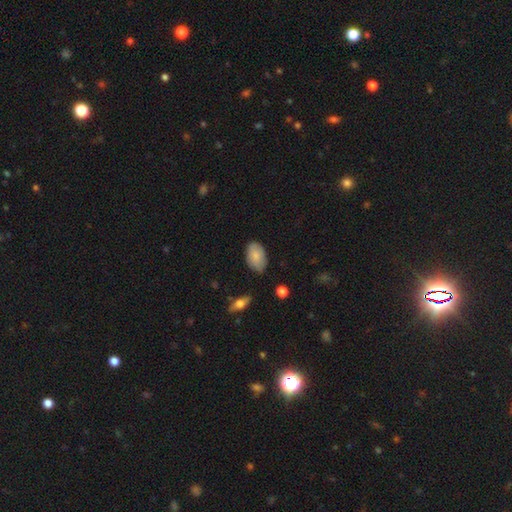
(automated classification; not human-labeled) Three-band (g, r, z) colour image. It shows a smooth galaxy with no disk features (79%) that is in between round and cigar-shaped (92%). Merging: none (72%).